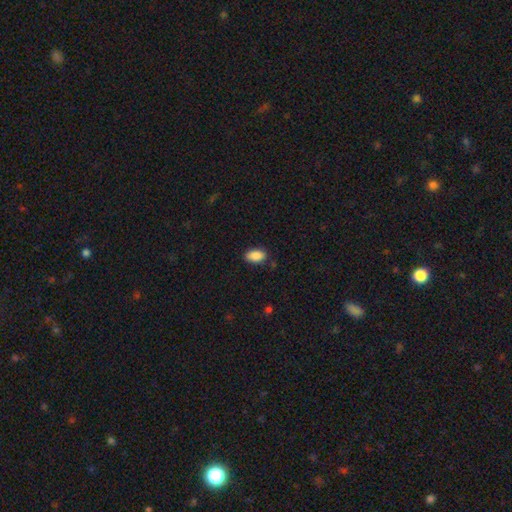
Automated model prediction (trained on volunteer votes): The model was most divided on "merging": none: 86%, minor disturbance: 10%, major disturbance: 2%, merger: 1%. More confident: how rounded — in between (93%); smooth or featured — smooth (89%).